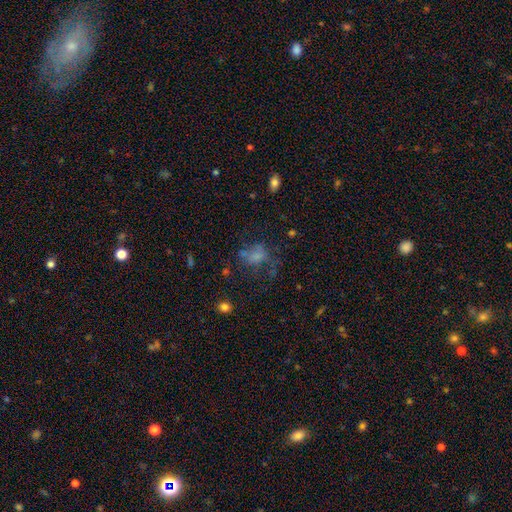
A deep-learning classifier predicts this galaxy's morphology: Smooth or featured: smooth — 51% (featured or disk — 28%)
How rounded: in between — 59% (round — 39%)
Merging: none — 38% (major disturbance — 33%)